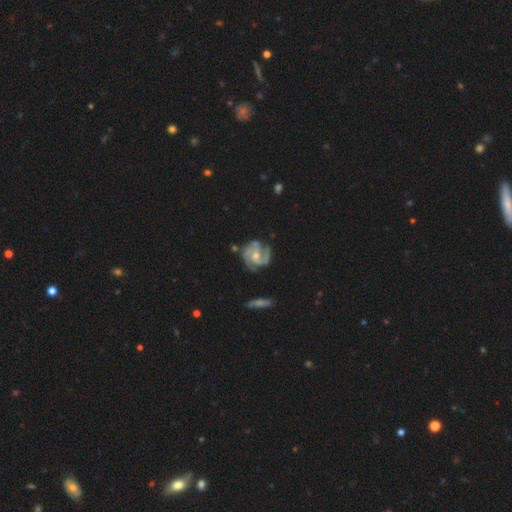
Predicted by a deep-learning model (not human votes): Morphology: type=featured or disk (88%); edge-on=no (98%); bar=no (57%); spiral arms=yes (97%); winding=tight (46%); arm count=3 (44%); bulge=moderate (56%); merging=none (67%).